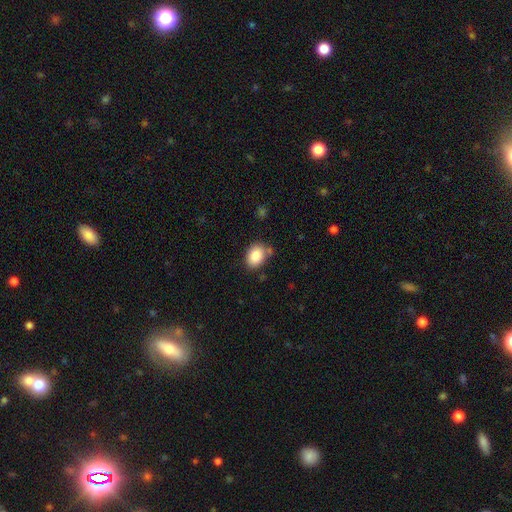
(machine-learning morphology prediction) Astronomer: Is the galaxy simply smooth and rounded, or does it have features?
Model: smooth — 87%.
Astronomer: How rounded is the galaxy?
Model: in between — 69%.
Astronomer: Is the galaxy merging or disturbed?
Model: none — 73%.